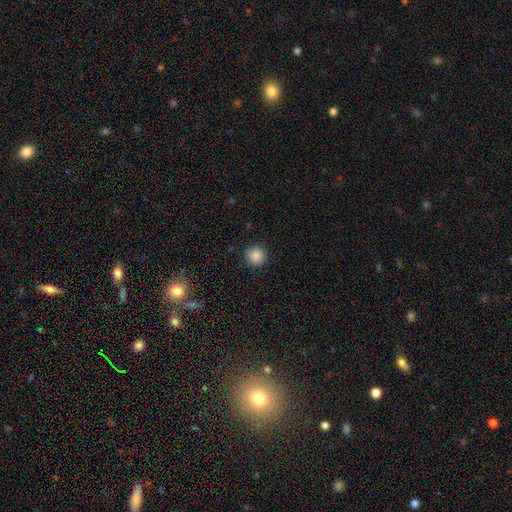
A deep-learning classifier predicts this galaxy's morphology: Overall: smooth (87%). How rounded: round (93%). Merging: none (91%).